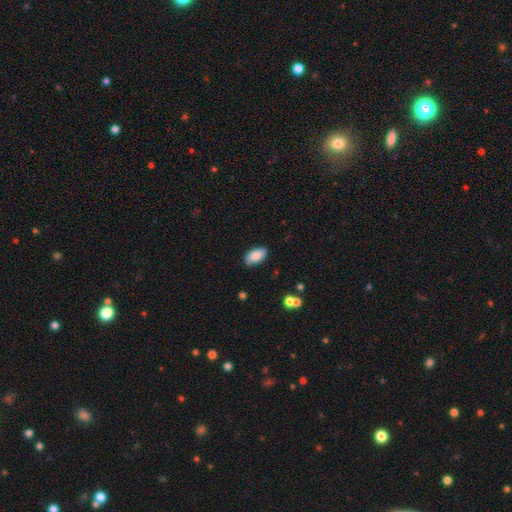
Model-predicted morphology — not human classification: This appears to be a smooth galaxy with no disk features (83%) that is in between round and cigar-shaped (94%). Merging: none (84%).